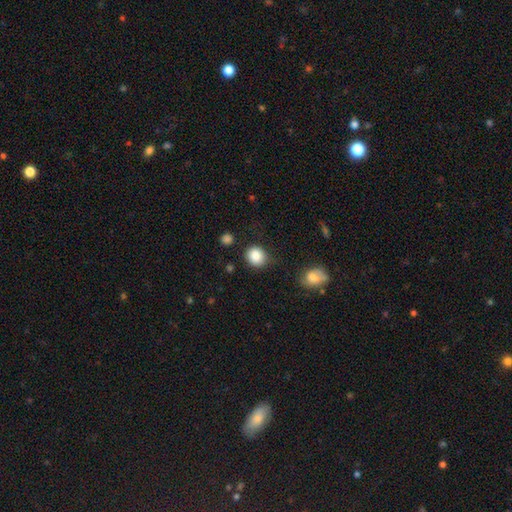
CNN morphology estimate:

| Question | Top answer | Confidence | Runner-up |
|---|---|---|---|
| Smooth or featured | smooth | 86% | star or artifact (9%) |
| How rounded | round | 82% | in between (17%) |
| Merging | none | 78% | minor disturbance (15%) |